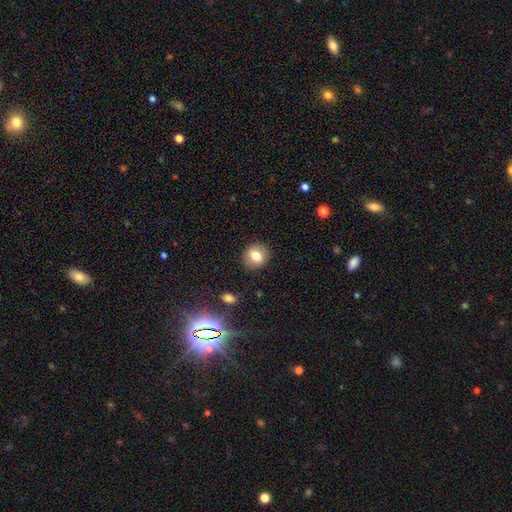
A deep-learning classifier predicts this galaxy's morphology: The model was most divided on "how rounded": round: 80%, in between: 19%, cigar-shaped: 1%. More confident: merging — none (87%); smooth or featured — smooth (78%).